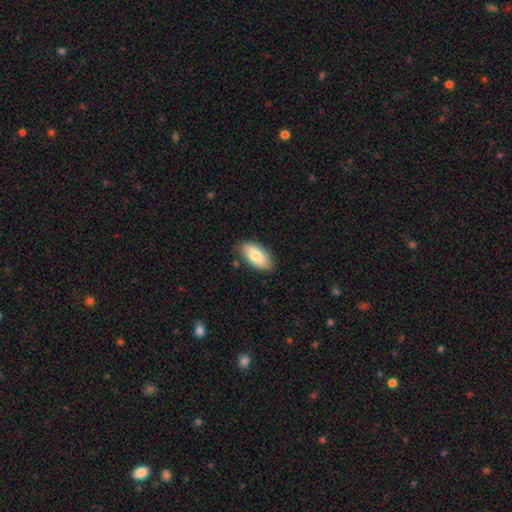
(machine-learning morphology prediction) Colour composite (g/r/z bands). It shows a smooth galaxy with no disk features (78%) that is in between round and cigar-shaped (93%). Merging: none (80%).